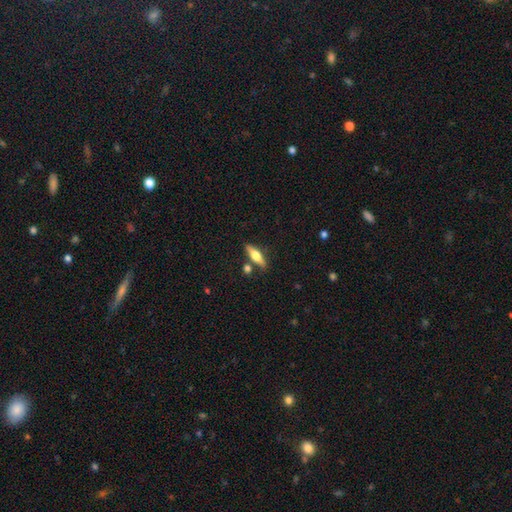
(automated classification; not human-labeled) This is possibly a featured or disk galaxy (49%). Merging: likely none (77%).